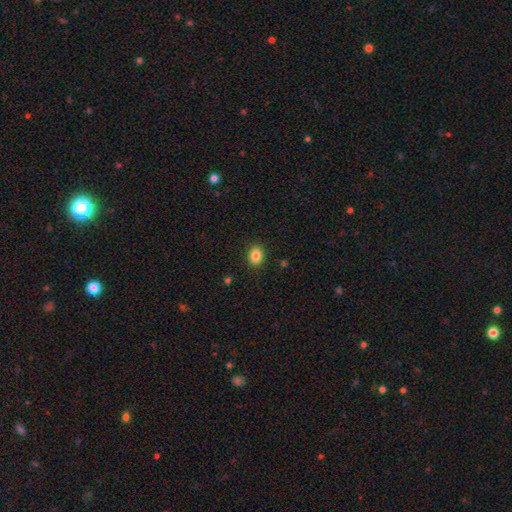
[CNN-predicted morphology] smooth-or-featured: smooth: 85% | star or artifact: 10% | featured or disk: 5%
  how-rounded: round: 50% | in between: 49% | cigar-shaped: 1%
  merging: none: 89% | minor disturbance: 7% | major disturbance: 2% | merger: 1%